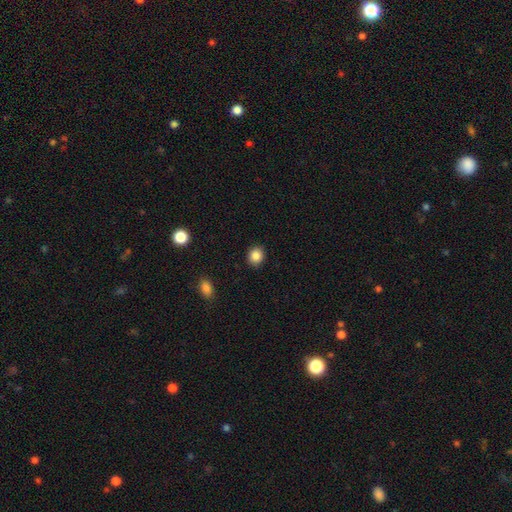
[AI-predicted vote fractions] smooth_or_featured: smooth (p=0.86) [alt: star or artifact p=0.10]
how_rounded: round (p=0.75) [alt: in between p=0.24]
merging: none (p=0.91) [alt: minor disturbance p=0.06]